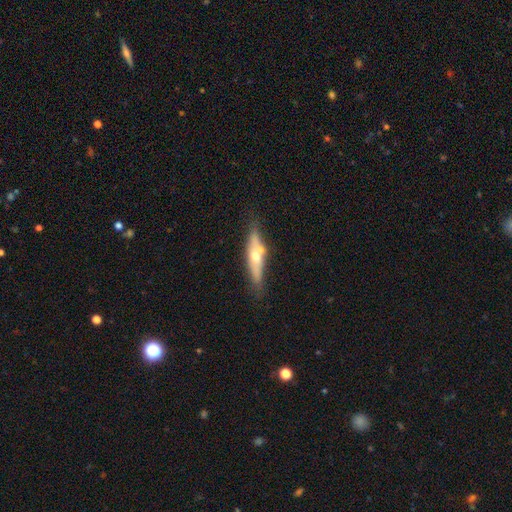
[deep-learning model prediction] smooth-or-featured: featured or disk: 58% | smooth: 35% | star or artifact: 6%
  disk-edge-on: yes: 83% | no: 17%
  merging: none: 65% | merger: 16% | minor disturbance: 15% | major disturbance: 4%